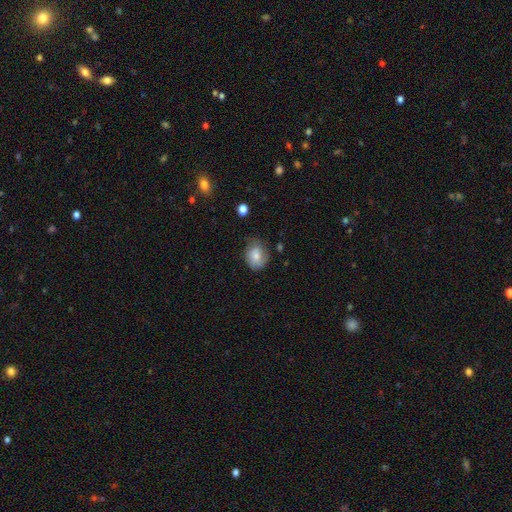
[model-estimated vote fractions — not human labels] Smooth or featured? smooth (75%)
How rounded? in between (54%)
Merging? none (56%)